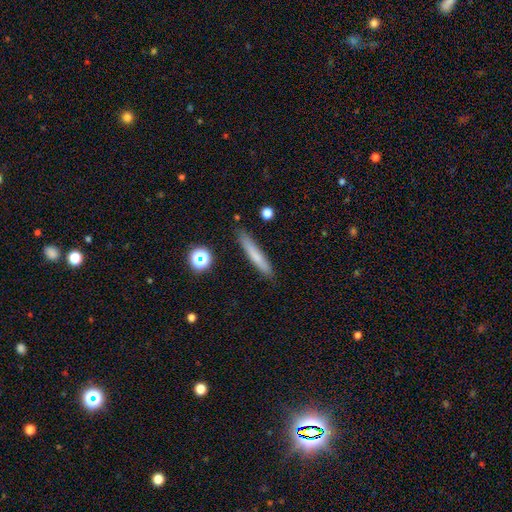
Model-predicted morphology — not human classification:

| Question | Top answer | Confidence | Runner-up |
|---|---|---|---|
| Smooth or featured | smooth | 70% | featured or disk (21%) |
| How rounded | cigar-shaped | 94% | in between (5%) |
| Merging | none | 86% | minor disturbance (10%) |